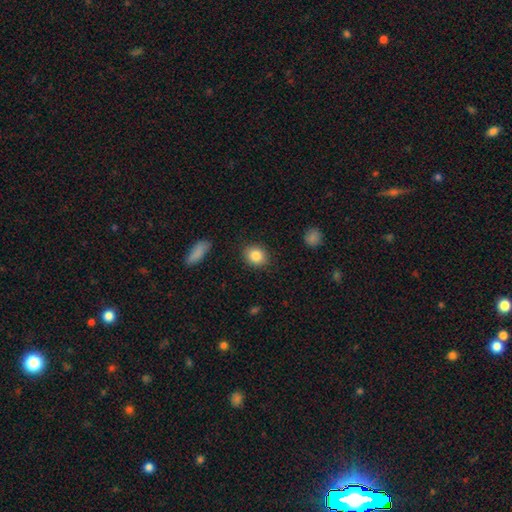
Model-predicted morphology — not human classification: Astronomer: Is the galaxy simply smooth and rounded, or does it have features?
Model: smooth — 85%.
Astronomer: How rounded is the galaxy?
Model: round — 64%.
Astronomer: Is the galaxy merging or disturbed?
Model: none — 87%.